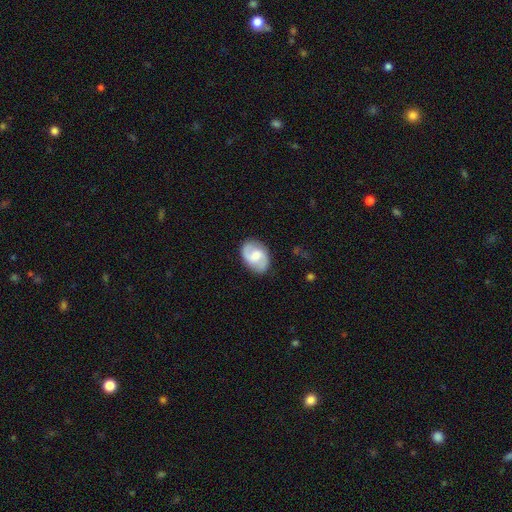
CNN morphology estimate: The model was most divided on "spiral winding": medium: 47%, loose: 34%, tight: 19%. More confident: edge-on disk — no (97%); spiral arms — yes (91%); spiral arm count — 2 (89%); merging — none (82%); smooth or featured — featured or disk (69%); bulge size — moderate (54%); bar — weak (53%).